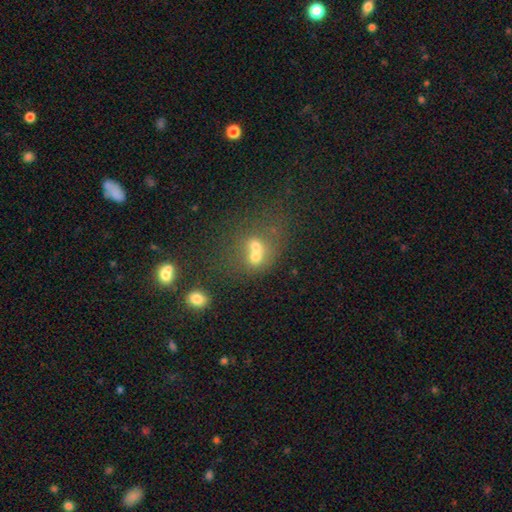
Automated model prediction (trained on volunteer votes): Morphology: type=smooth (59%); roundness=round (65%); merging=merger (62%).